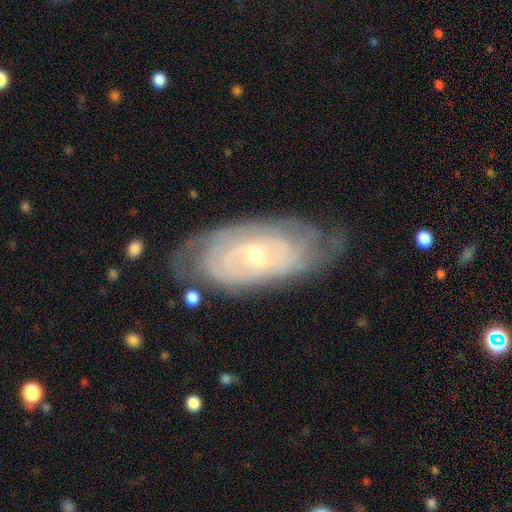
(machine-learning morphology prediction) smooth-or-featured: featured or disk: 83% | smooth: 11% | star or artifact: 6%
  disk-edge-on: no: 93% | yes: 7%
    bar: no: 49% | weak: 39% | strong: 12%
    has-spiral-arms: yes: 92% | no: 8%
      spiral-winding: tight: 76% | medium: 19% | loose: 5%
      spiral-arm-count: can't tell: 51% | 2: 20% | 3: 12% | 4: 9% | more than 4: 5% | 1: 4%
    bulge-size: small: 60% | moderate: 37% | large: 1% | none: 1% | dominant: 1%
  merging: none: 69% | minor disturbance: 21% | major disturbance: 7% | merger: 2%